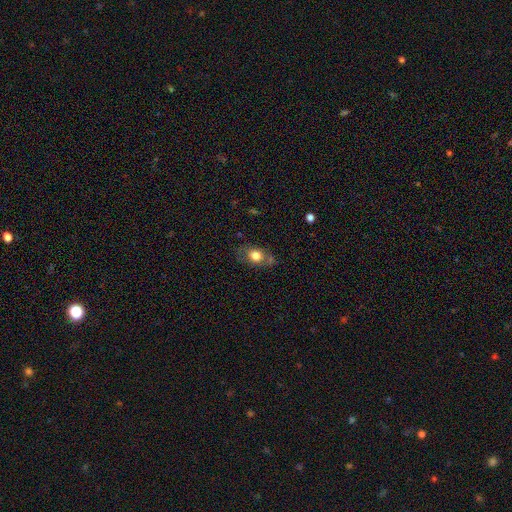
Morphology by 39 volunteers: type=smooth (74%); roundness=in between (69%); merging=none (54%).